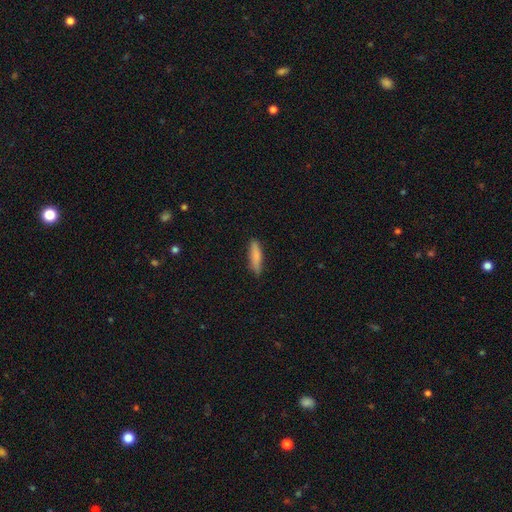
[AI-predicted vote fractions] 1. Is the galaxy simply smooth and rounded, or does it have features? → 82% smooth, 12% featured or disk, 6% star or artifact.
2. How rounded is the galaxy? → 72% cigar-shaped, 26% in between, 2% round.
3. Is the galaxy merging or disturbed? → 82% none, 15% minor disturbance, 2% major disturbance, 1% merger.